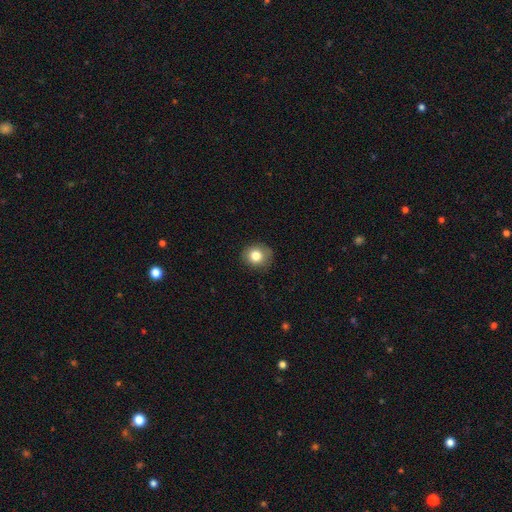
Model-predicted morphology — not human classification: This appears to be a smooth galaxy with no disk features (81%) that is round (81%). Merging: none (84%).